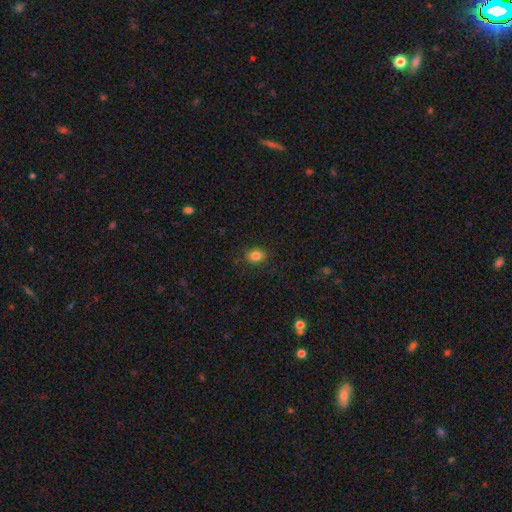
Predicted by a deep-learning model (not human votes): smooth-or-featured: smooth: 84% | star or artifact: 11% | featured or disk: 5%
  how-rounded: round: 50% | in between: 49% | cigar-shaped: 1%
  merging: none: 87% | minor disturbance: 10% | major disturbance: 3% | merger: 1%